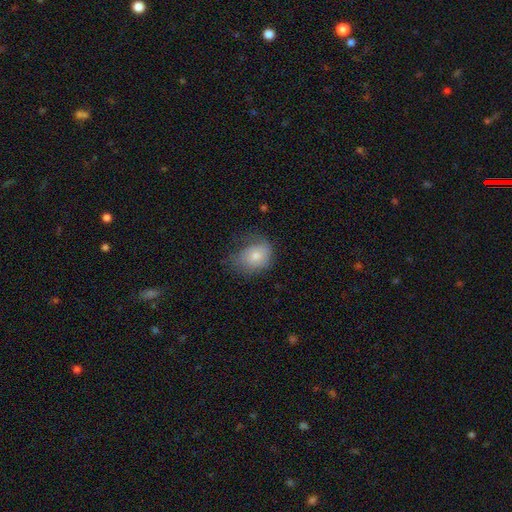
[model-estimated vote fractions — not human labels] Q: Smooth or featured?
A: smooth (73%); runner-up: featured or disk (19%)
Q: How rounded?
A: in between (55%); runner-up: round (44%)
Q: Merging?
A: none (42%); runner-up: minor disturbance (35%)